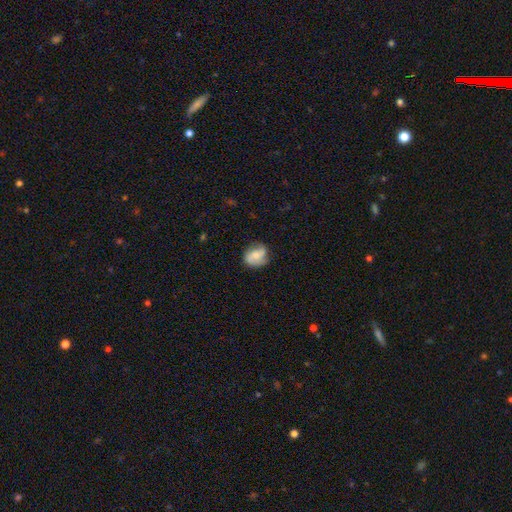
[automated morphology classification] The model was most divided on "how rounded": round: 52%, in between: 46%, cigar-shaped: 1%. More confident: merging — none (61%); smooth or featured — smooth (57%).